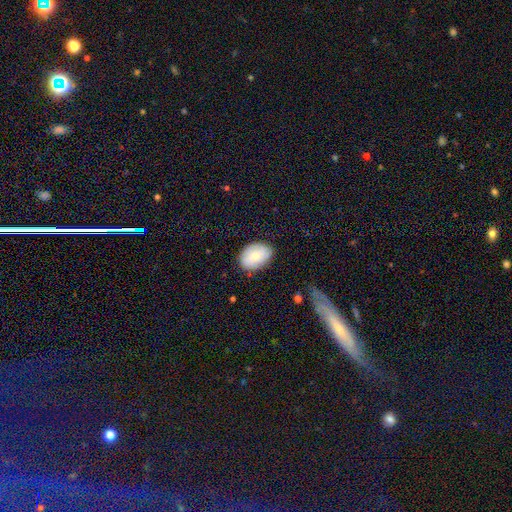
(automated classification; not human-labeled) Smooth or featured?
  - smooth: 71% *
  - featured or disk: 22%
  - star or artifact: 7%
How rounded?
  - in between: 81% *
  - round: 17%
  - cigar-shaped: 1%
Merging?
  - none: 79% *
  - minor disturbance: 16%
  - major disturbance: 3%
  - merger: 1%